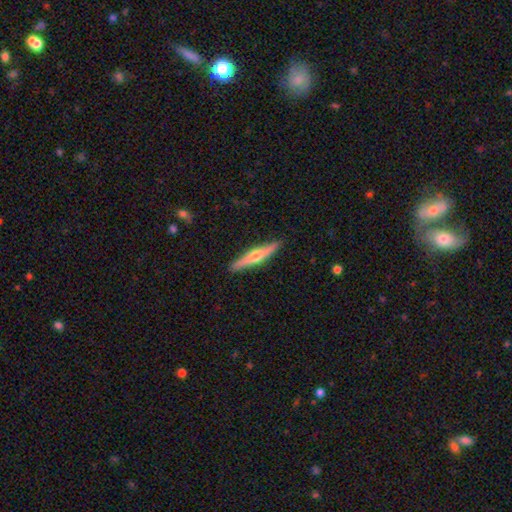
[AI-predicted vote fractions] Smooth or featured? Predicted: featured or disk (p=0.60). Edge-on disk? Predicted: yes (p=0.96). Edge-on bulge? Predicted: rounded (p=0.91). Merging? Predicted: none (p=0.90).